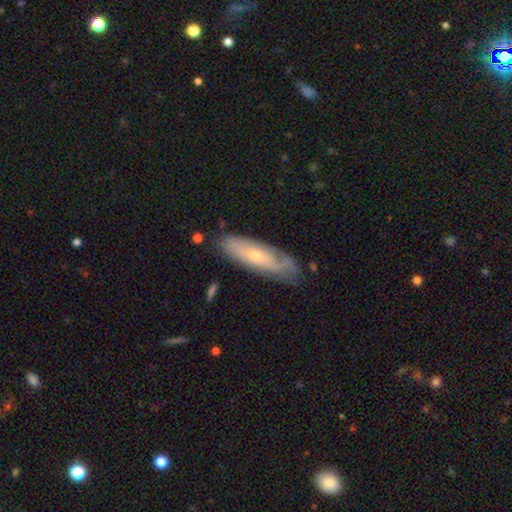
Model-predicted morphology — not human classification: Smooth or featured: featured or disk — 55% (smooth — 39%)
Edge-on disk: no — 72% (yes — 28%)
Merging: none — 64% (minor disturbance — 26%)